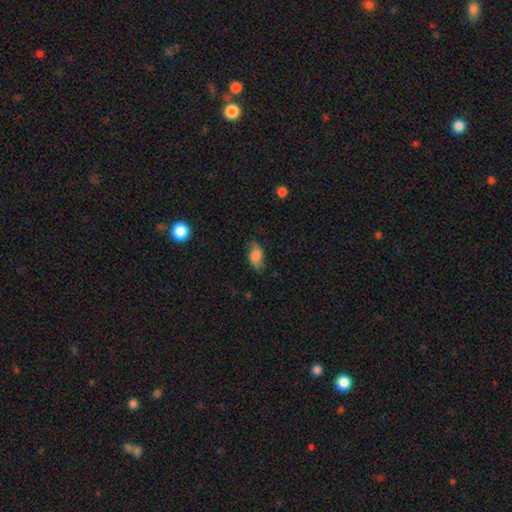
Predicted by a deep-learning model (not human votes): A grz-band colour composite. It shows a smooth galaxy with no disk features (65%) that is in between round and cigar-shaped (87%). Merging: none (67%).